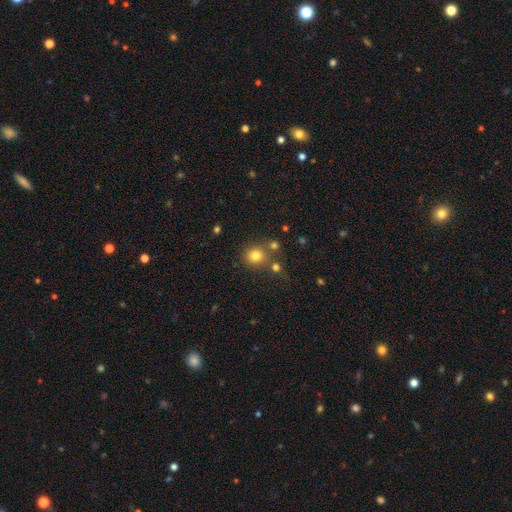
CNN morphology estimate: This is likely a smooth galaxy (78%). How rounded: clearly round (84%). Merging: likely none (74%).